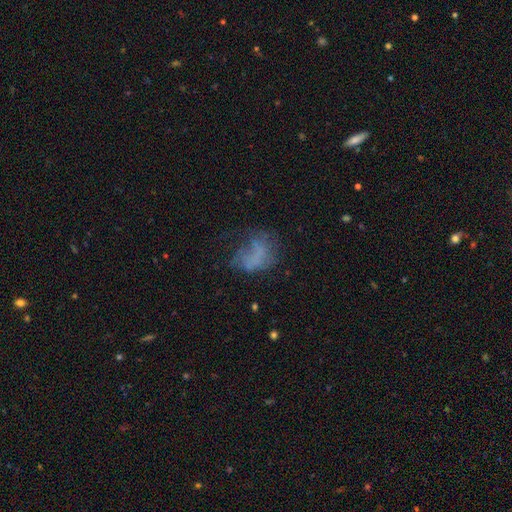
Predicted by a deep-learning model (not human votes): Smooth or featured?
  - smooth: 46% *
  - featured or disk: 36%
  - star or artifact: 18%
Merging?
  - major disturbance: 37% *
  - none: 35%
  - minor disturbance: 22%
  - merger: 5%